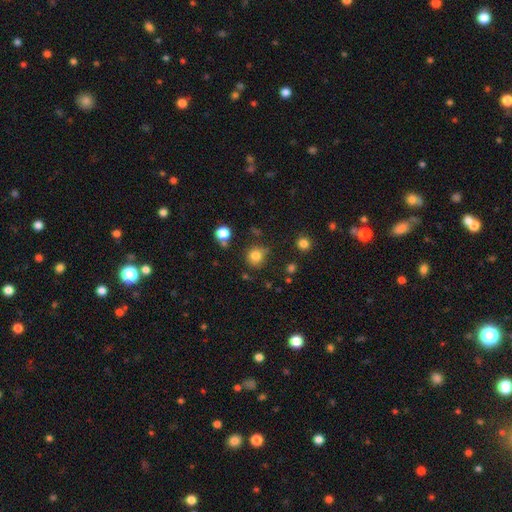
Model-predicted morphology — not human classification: A smooth galaxy with no disk features (80%) that is round (89%).

Vote fractions:
- Smooth or featured? smooth: 80% / star or artifact: 13% / featured or disk: 6%
- How rounded? round: 89% / in between: 10% / cigar-shaped: 1%
- Merging? none: 74% / minor disturbance: 16% / merger: 5% / major disturbance: 5%